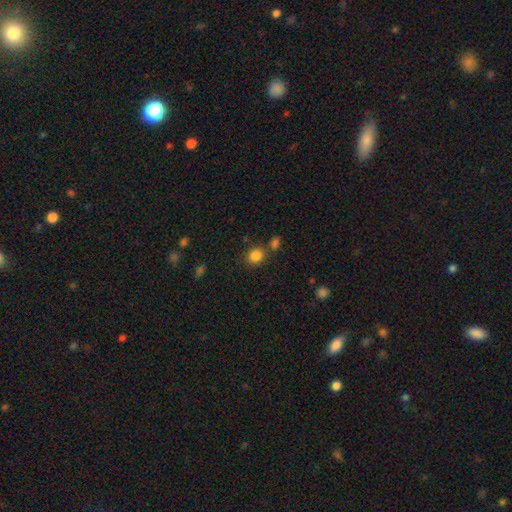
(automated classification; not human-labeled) This is clearly a smooth galaxy (84%). How rounded: likely round (74%). Merging: likely none (75%).